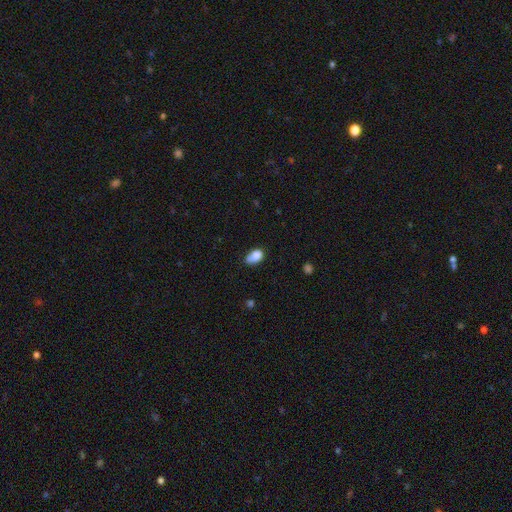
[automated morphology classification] Q: Smooth or featured?
A: smooth (84%); runner-up: star or artifact (9%)
Q: How rounded?
A: in between (89%); runner-up: round (9%)
Q: Merging?
A: none (53%); runner-up: minor disturbance (34%)